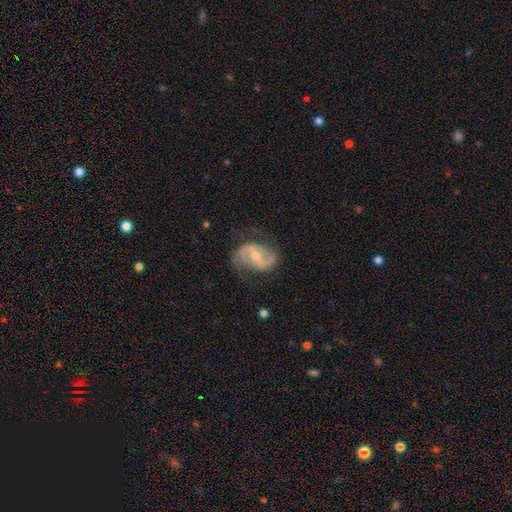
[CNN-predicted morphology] Smooth or featured?
  - featured or disk: 78% *
  - smooth: 16%
  - star or artifact: 6%
Edge-on disk?
  - no: 97% *
  - yes: 3%
Bar?
  - weak: 46% *
  - no: 31%
  - strong: 23%
Spiral arms?
  - yes: 89% *
  - no: 11%
Spiral winding?
  - medium: 45% *
  - loose: 35%
  - tight: 20%
Spiral arm count?
  - 2: 87% *
  - can't tell: 7%
  - 1: 3%
  - 3: 1%
  - 4: 1%
  - more than 4: 1%
Bulge size?
  - moderate: 60% *
  - small: 35%
  - large: 3%
  - none: 2%
  - dominant: 1%
Merging?
  - none: 67% *
  - minor disturbance: 22%
  - major disturbance: 10%
  - merger: 1%